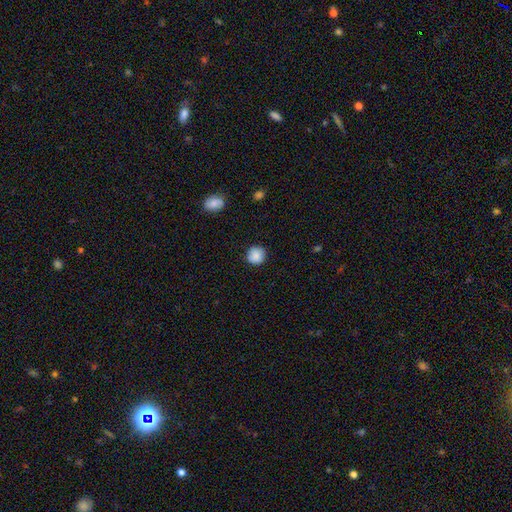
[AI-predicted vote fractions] This appears to be a smooth galaxy with no disk features (87%) that is round (93%). Merging: none (88%).